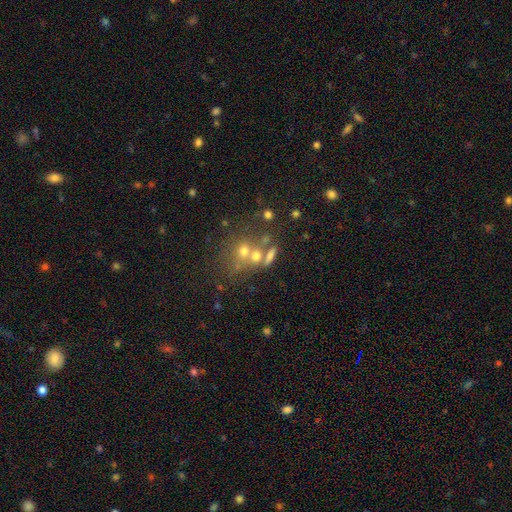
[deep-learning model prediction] Smooth or featured?
  - smooth: 41% *
  - star or artifact: 37%
  - featured or disk: 22%
Merging?
  - none: 47% *
  - merger: 36%
  - minor disturbance: 10%
  - major disturbance: 7%